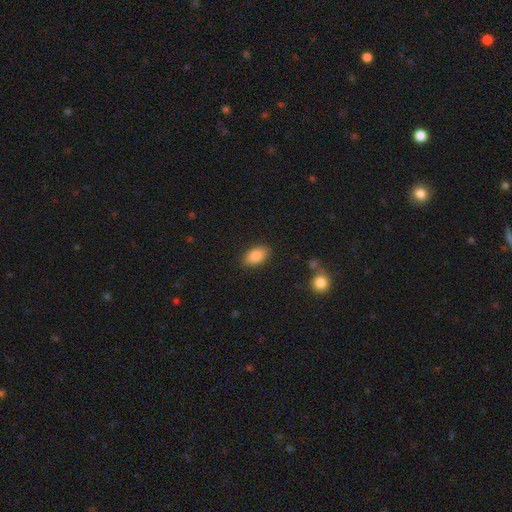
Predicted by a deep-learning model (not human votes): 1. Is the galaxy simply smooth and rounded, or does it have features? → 87% smooth, 7% star or artifact, 6% featured or disk.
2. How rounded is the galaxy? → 92% in between, 6% round, 2% cigar-shaped.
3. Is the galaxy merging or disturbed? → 86% none, 10% minor disturbance, 3% major disturbance, 1% merger.